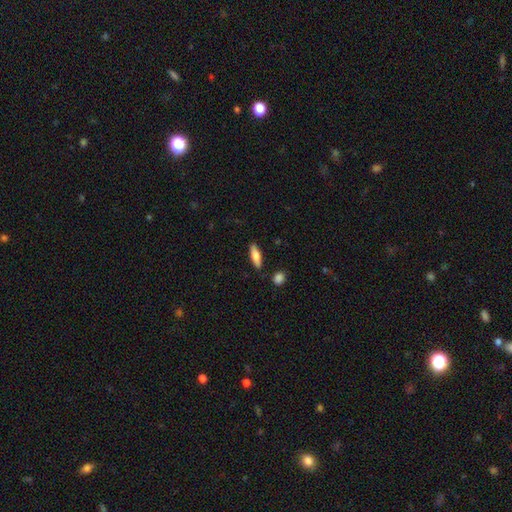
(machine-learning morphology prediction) Smooth or featured? Predicted: smooth (p=0.67). How rounded? Predicted: cigar-shaped (p=0.51). Merging? Predicted: none (p=0.86).